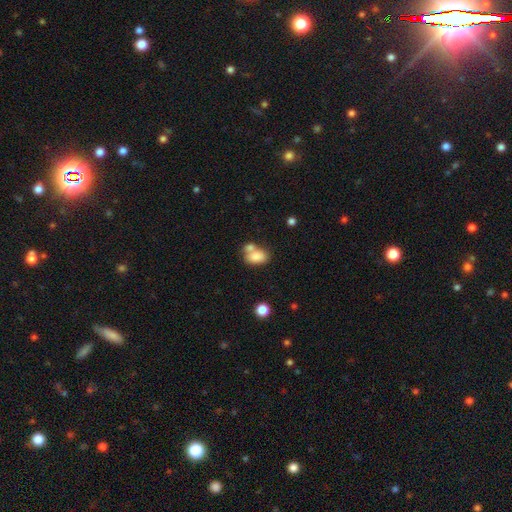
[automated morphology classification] smooth_or_featured: smooth (p=0.81) [alt: featured or disk p=0.10]
how_rounded: in between (p=0.85) [alt: round p=0.14]
merging: merger (p=0.47) [alt: none p=0.36]